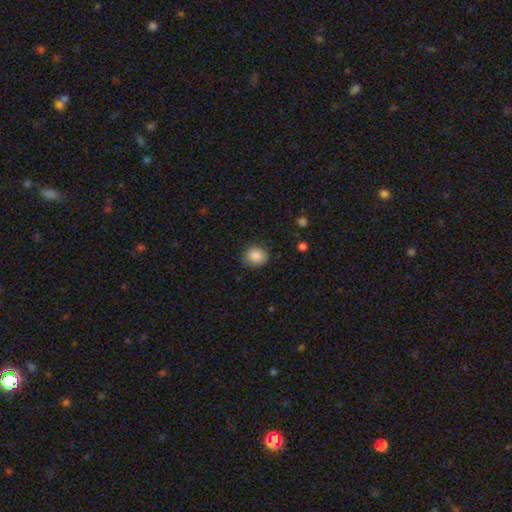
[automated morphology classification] type=smooth (87%); roundness=round (73%); merging=none (81%).